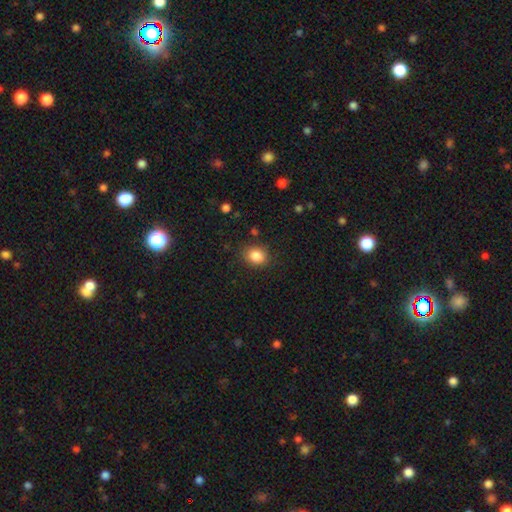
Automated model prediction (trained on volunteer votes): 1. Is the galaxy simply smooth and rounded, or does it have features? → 86% smooth, 10% star or artifact, 5% featured or disk.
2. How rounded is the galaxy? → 54% round, 45% in between, 1% cigar-shaped.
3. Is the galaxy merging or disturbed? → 83% none, 12% minor disturbance, 3% major disturbance, 2% merger.